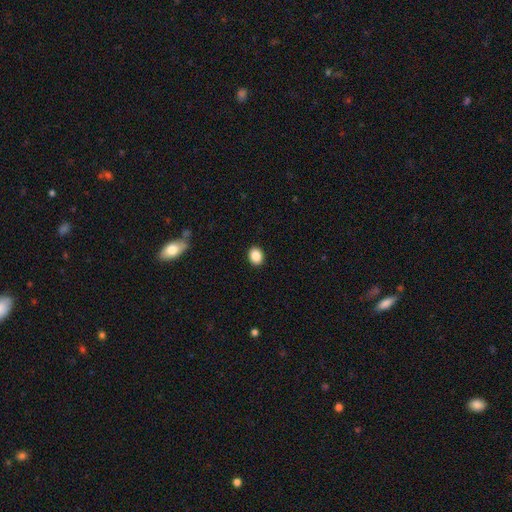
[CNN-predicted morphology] smooth 88%, star or artifact 9%, featured or disk 3%. Down the decision tree: how rounded — round (52%); merging — none (92%).